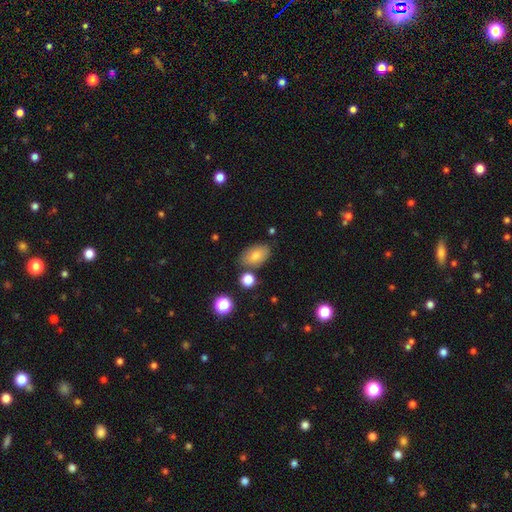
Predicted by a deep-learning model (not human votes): Q: Smooth or featured?
A: smooth (78%); runner-up: featured or disk (13%)
Q: How rounded?
A: in between (90%); runner-up: round (8%)
Q: Merging?
A: none (76%); runner-up: minor disturbance (14%)